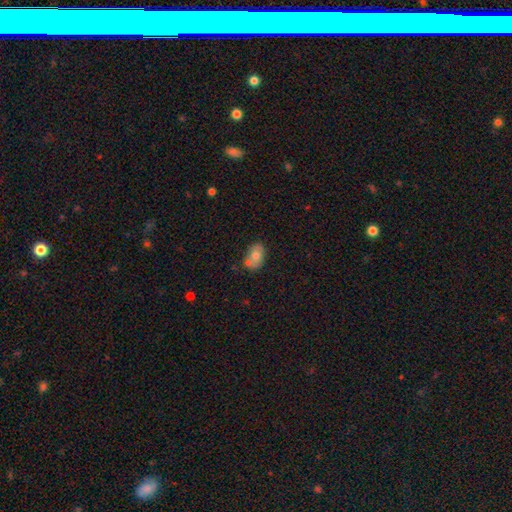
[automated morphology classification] Smooth or featured? smooth (70%)
How rounded? in between (83%)
Merging? none (55%)